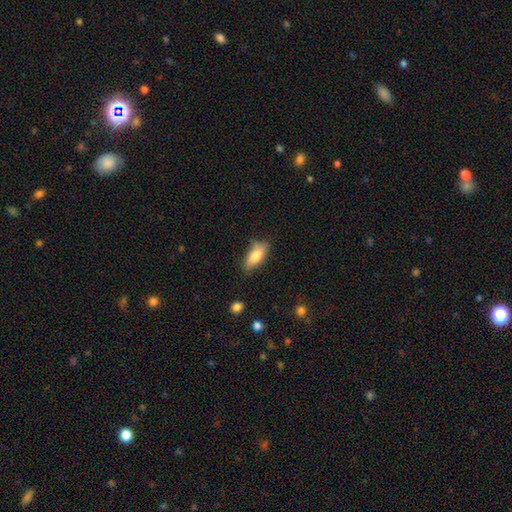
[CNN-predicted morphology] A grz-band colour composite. It shows a smooth galaxy with no disk features (75%) that is in between round and cigar-shaped (78%). Merging: none (71%).